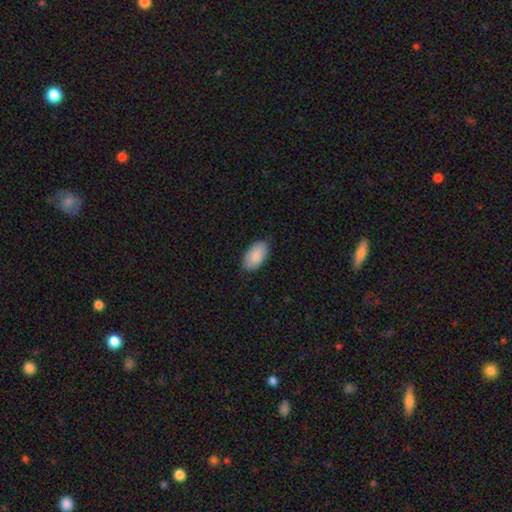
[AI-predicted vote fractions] Smooth or featured? smooth (88%)
How rounded? in between (96%)
Merging? none (85%)